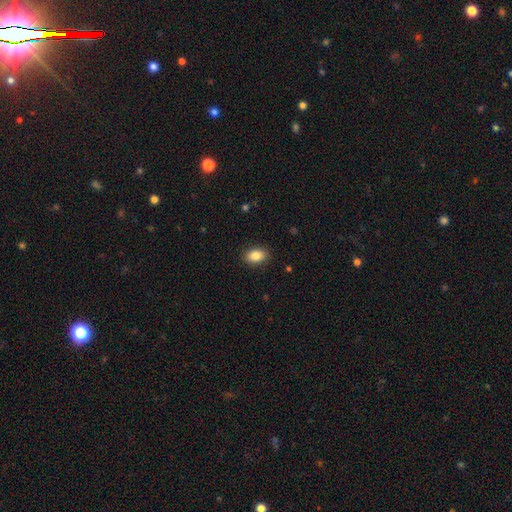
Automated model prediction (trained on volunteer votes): A smooth galaxy with no disk features (85%) that is in between round and cigar-shaped (85%). Merging: none (89%).